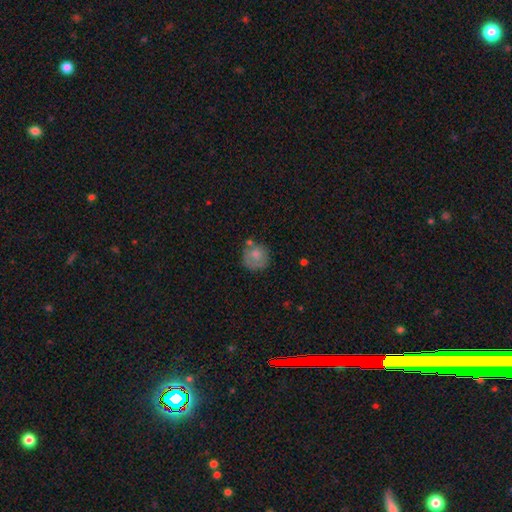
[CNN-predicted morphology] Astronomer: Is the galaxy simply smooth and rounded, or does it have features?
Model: smooth — 73%.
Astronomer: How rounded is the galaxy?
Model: round — 86%.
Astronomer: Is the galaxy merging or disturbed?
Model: none — 59%.